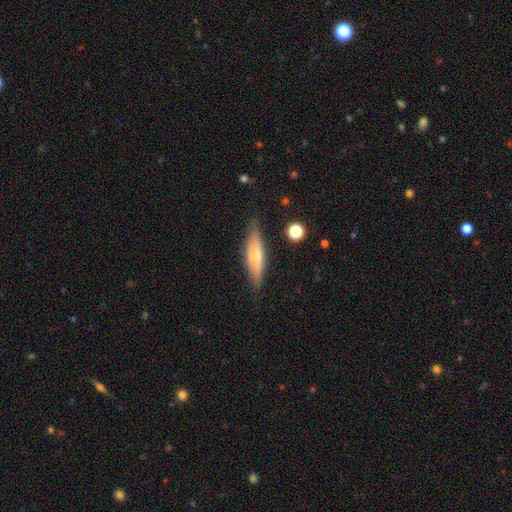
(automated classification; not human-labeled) smooth_or_featured: featured or disk (p=0.51) [alt: smooth p=0.42]
disk_edge_on: yes (p=0.90) [alt: no p=0.10]
merging: none (p=0.81) [alt: minor disturbance p=0.14]